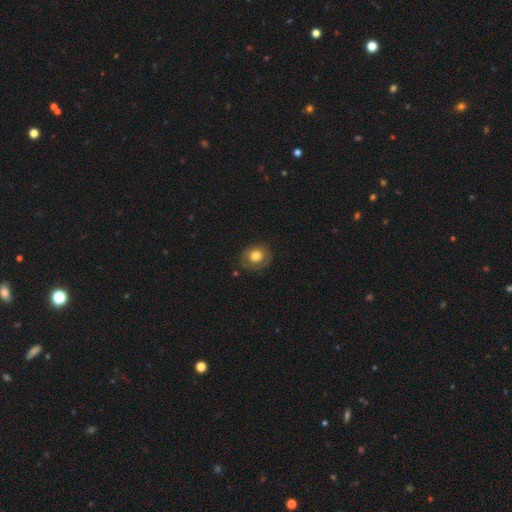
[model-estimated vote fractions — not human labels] smooth_or_featured: smooth (p=0.71) [alt: featured or disk p=0.21]
how_rounded: round (p=0.68) [alt: in between p=0.31]
merging: none (p=0.79) [alt: minor disturbance p=0.15]